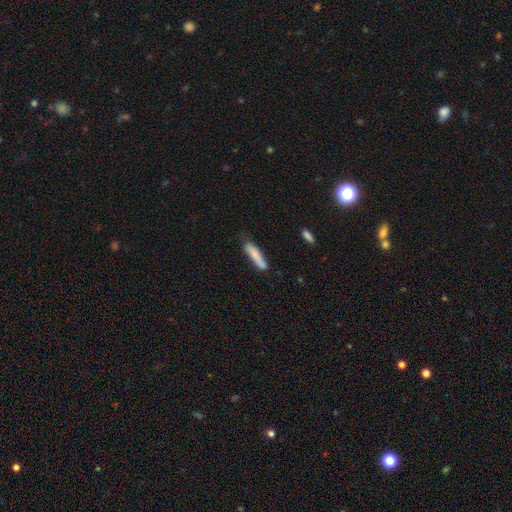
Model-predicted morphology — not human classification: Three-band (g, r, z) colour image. It shows a smooth galaxy with no disk features (79%) that is cigar-shaped (86%). Merging: none (67%).